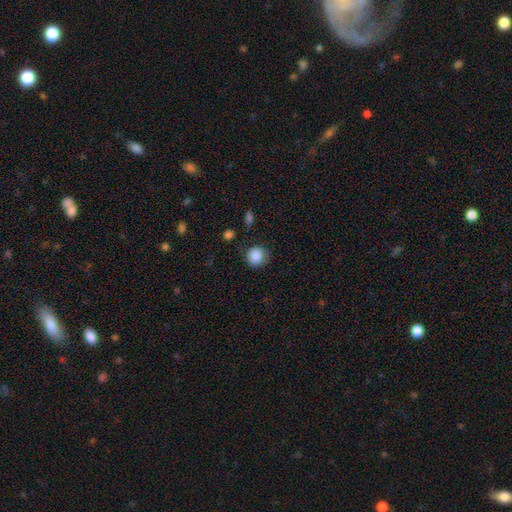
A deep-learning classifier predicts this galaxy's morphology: Overall: smooth (88%). How rounded: round (90%). Merging: none (81%).